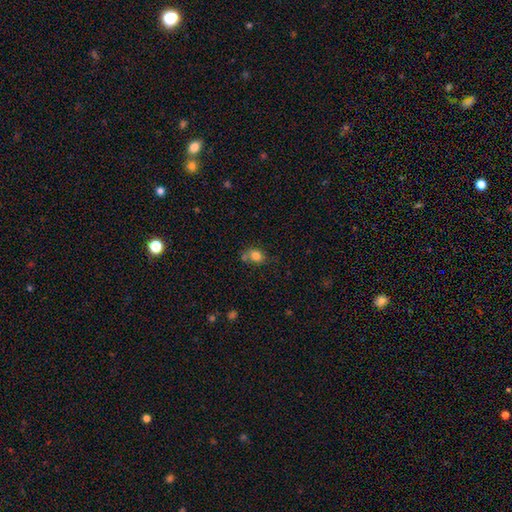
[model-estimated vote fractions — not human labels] Smooth or featured?
  - smooth: 81% *
  - star or artifact: 11%
  - featured or disk: 8%
How rounded?
  - in between: 52% *
  - round: 46%
  - cigar-shaped: 1%
Merging?
  - none: 56% *
  - minor disturbance: 21%
  - merger: 17%
  - major disturbance: 6%